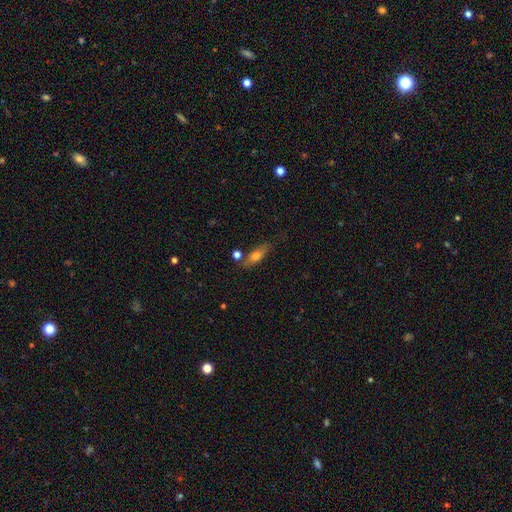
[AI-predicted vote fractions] smooth-or-featured: smooth: 60% | featured or disk: 30% | star or artifact: 9%
  how-rounded: in between: 53% | cigar-shaped: 43% | round: 4%
  merging: none: 69% | minor disturbance: 18% | merger: 8% | major disturbance: 5%